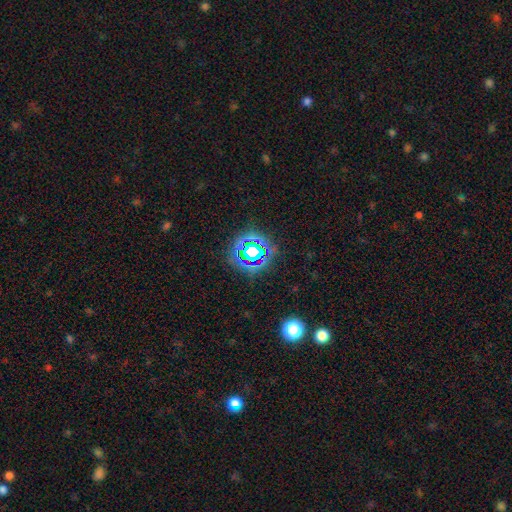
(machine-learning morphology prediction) star or artifact 67%, smooth 21%, featured or disk 13%.